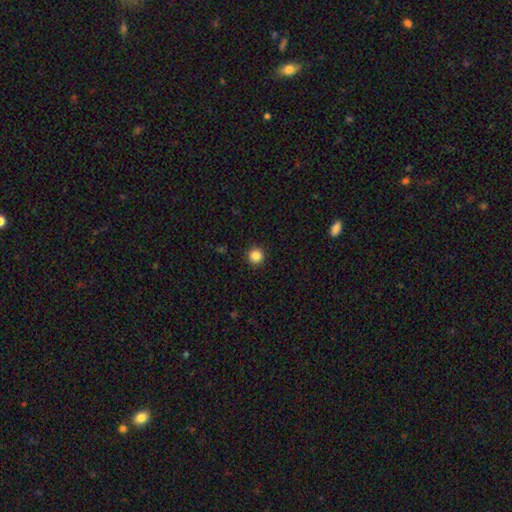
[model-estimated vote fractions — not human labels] Q: Smooth or featured?
A: smooth (86%); runner-up: star or artifact (11%)
Q: How rounded?
A: round (96%); runner-up: in between (3%)
Q: Merging?
A: none (93%); runner-up: minor disturbance (5%)